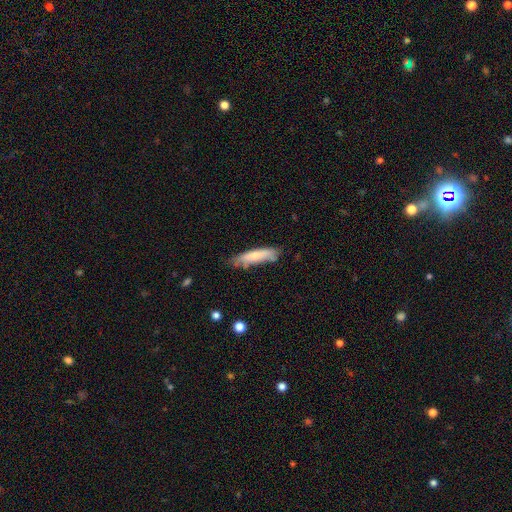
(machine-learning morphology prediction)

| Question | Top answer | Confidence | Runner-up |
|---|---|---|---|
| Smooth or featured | smooth | 71% | featured or disk (23%) |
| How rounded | cigar-shaped | 75% | in between (23%) |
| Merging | none | 67% | minor disturbance (25%) |